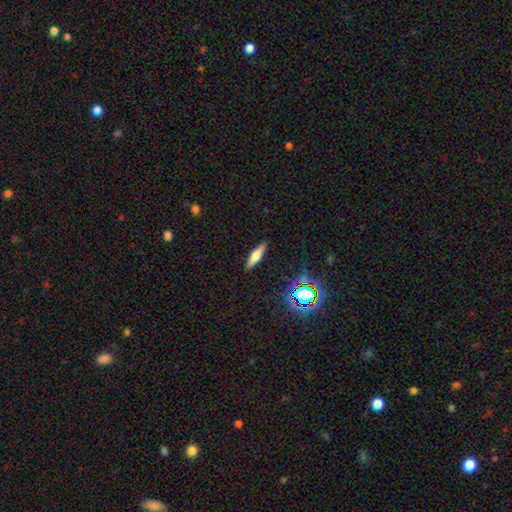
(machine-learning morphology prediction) Smooth or featured?
  - smooth: 51% *
  - featured or disk: 37%
  - star or artifact: 11%
How rounded?
  - cigar-shaped: 69% *
  - in between: 28%
  - round: 3%
Merging?
  - none: 88% *
  - minor disturbance: 8%
  - major disturbance: 2%
  - merger: 1%